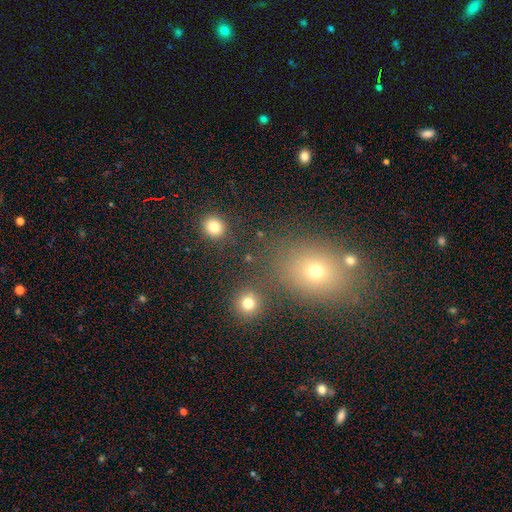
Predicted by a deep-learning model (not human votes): The model was most divided on "how rounded": round: 52%, in between: 46%, cigar-shaped: 2%. More confident: merging — none (79%); smooth or featured — smooth (56%).